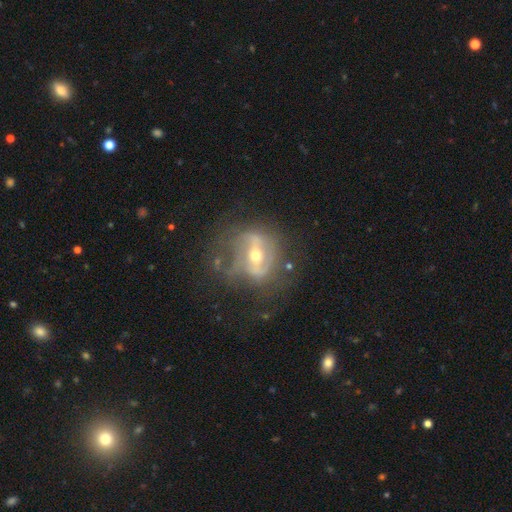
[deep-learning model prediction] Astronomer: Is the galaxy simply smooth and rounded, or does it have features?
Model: featured or disk — 81%.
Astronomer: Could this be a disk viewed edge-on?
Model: no — 93%.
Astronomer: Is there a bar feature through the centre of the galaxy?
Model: strong — 54%.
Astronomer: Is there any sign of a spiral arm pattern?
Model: yes — 70%.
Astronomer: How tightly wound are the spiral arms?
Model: medium — 39% (runner-up: loose, 35%).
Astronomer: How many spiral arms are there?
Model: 2 — 61%.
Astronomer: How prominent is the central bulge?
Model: moderate — 54% (runner-up: small, 42%).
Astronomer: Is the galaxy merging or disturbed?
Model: none — 54%.